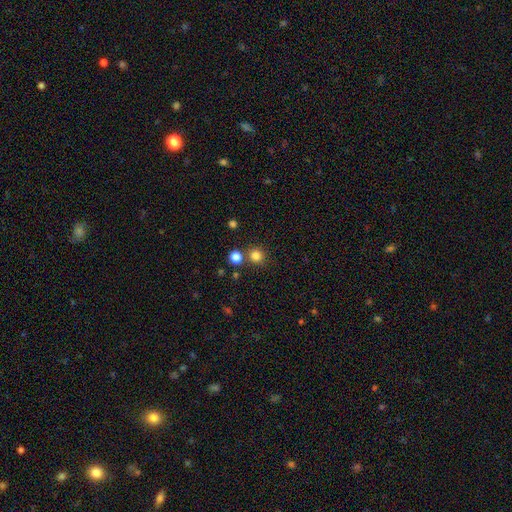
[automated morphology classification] Q: Smooth or featured?
A: smooth (81%); runner-up: star or artifact (14%)
Q: How rounded?
A: round (91%); runner-up: in between (8%)
Q: Merging?
A: none (79%); runner-up: merger (11%)